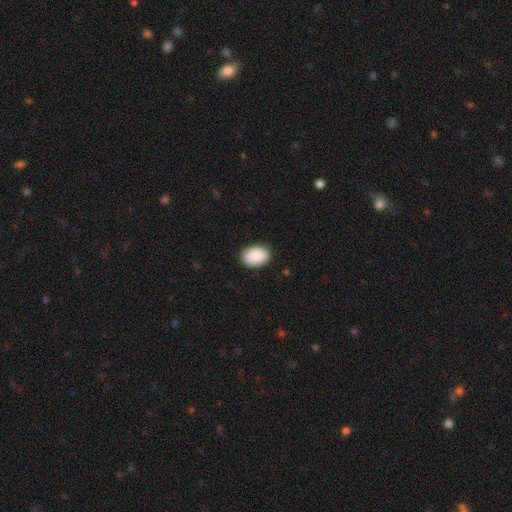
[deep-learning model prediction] This appears to be a smooth galaxy with no disk features (90%) that is in between round and cigar-shaped (86%). Merging: none (86%).